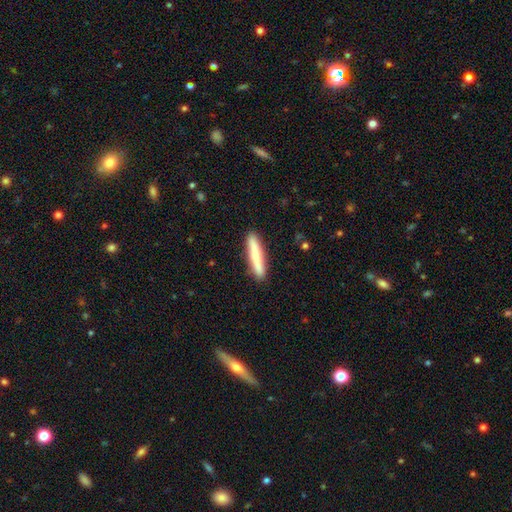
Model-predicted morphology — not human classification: Q: Smooth or featured?
A: smooth (72%); runner-up: featured or disk (23%)
Q: How rounded?
A: cigar-shaped (93%); runner-up: in between (6%)
Q: Merging?
A: none (90%); runner-up: minor disturbance (7%)